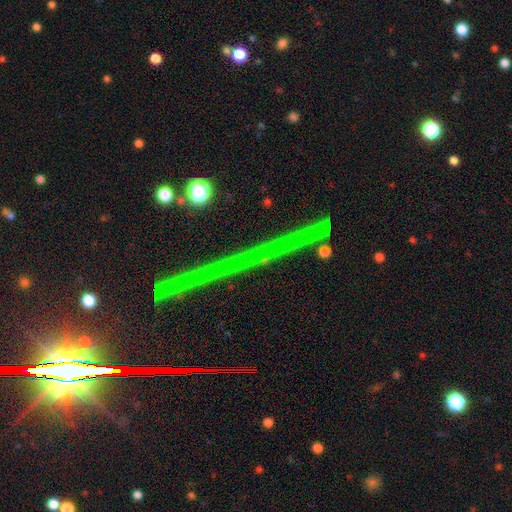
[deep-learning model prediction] Overall: star or artifact (70%).